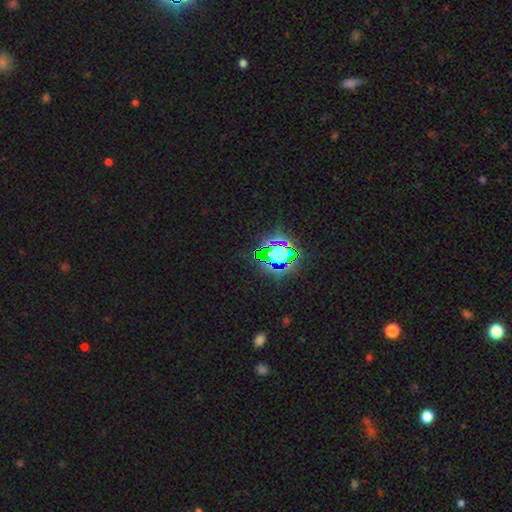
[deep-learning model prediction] Overall: star or artifact (75%).